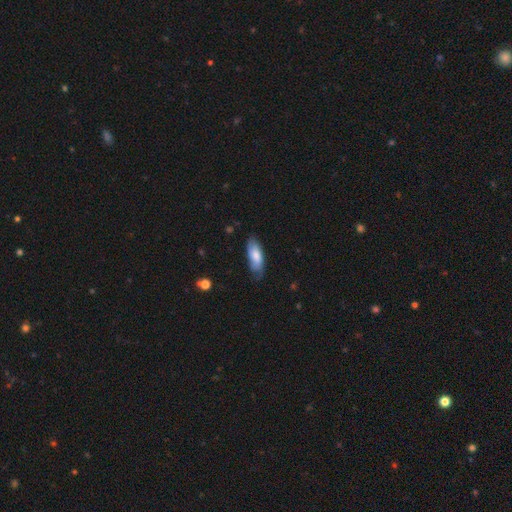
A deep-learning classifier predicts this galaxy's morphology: Overall: smooth (69%). How rounded: in between (73%). Merging: none (67%; minor disturbance 27%).